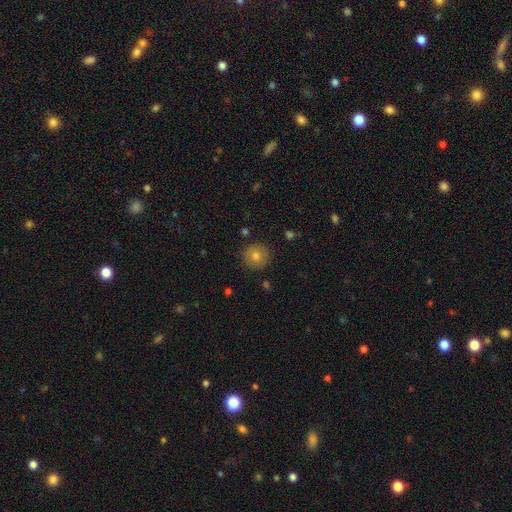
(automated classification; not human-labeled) Q: Smooth or featured?
A: smooth (77%); runner-up: star or artifact (13%)
Q: How rounded?
A: round (94%); runner-up: in between (5%)
Q: Merging?
A: none (90%); runner-up: minor disturbance (7%)